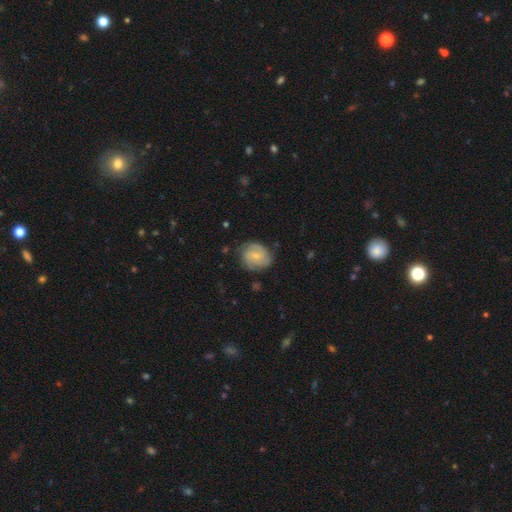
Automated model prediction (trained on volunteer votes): Smooth or featured? featured or disk (47%, tied with smooth)
Merging? none (71%)